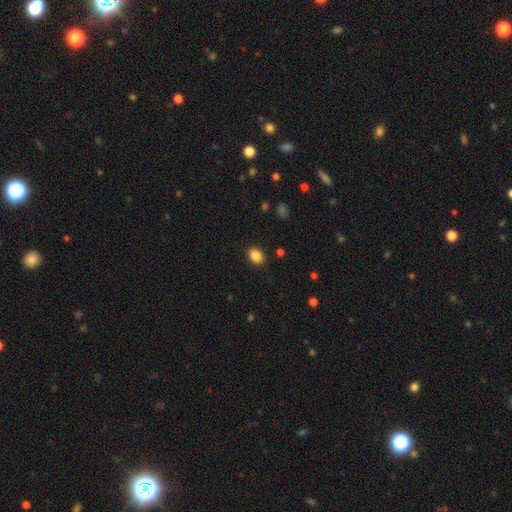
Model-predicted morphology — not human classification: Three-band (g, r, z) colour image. It shows a smooth galaxy with no disk features (87%) that is in between round and cigar-shaped (73%). Merging: none (88%).